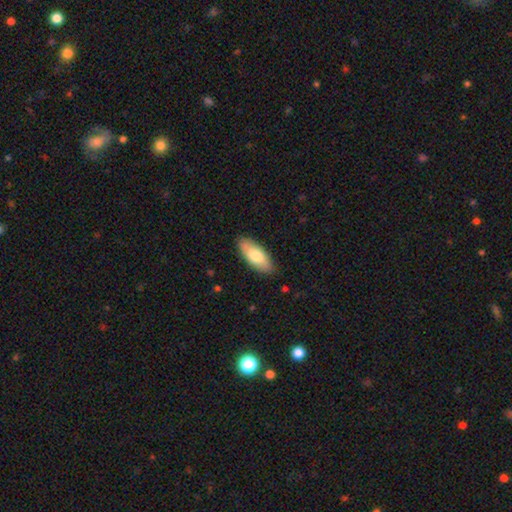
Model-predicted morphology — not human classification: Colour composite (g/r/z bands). It shows a smooth galaxy with no disk features (74%) that is in between round and cigar-shaped (81%). Merging: none (86%).